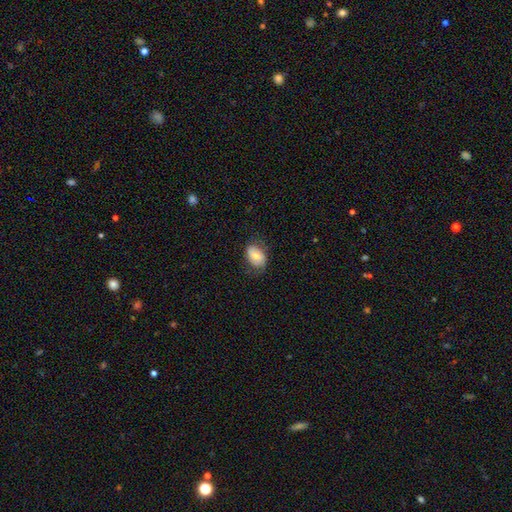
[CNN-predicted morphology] smooth 69%, featured or disk 24%, star or artifact 7%. Down the decision tree: how rounded — in between (82%); merging — none (71%).